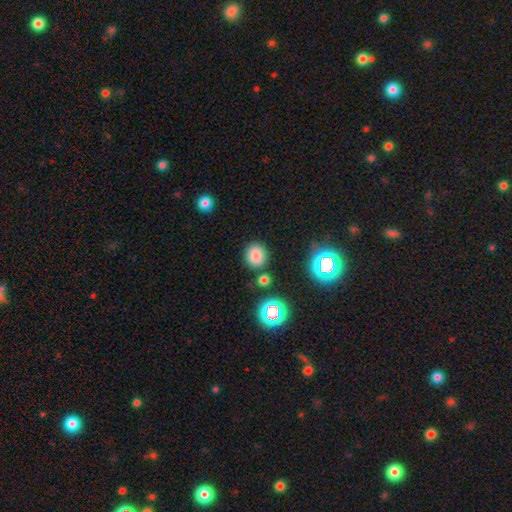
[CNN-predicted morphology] smooth-or-featured: smooth: 77% | star or artifact: 16% | featured or disk: 7%
  how-rounded: round: 81% | in between: 18% | cigar-shaped: 1%
  merging: none: 82% | minor disturbance: 9% | merger: 6% | major disturbance: 3%